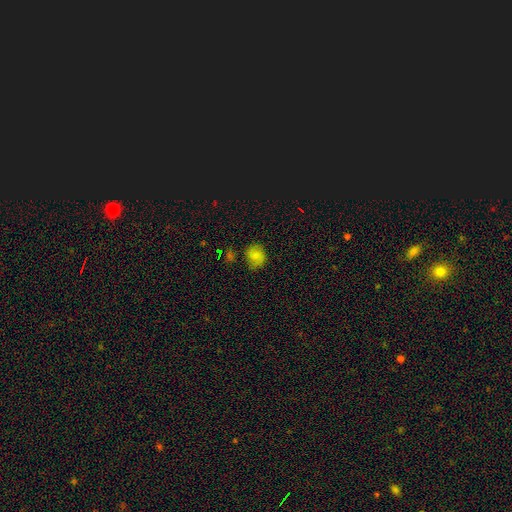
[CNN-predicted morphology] Overall: smooth (63%; featured or disk 23%). How rounded: round (69%; in between 30%). Merging: none (69%).